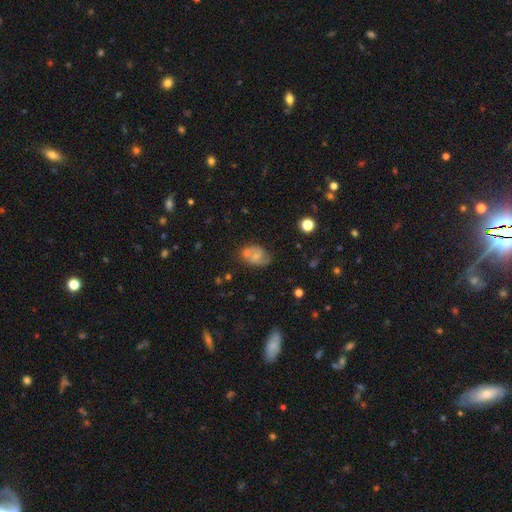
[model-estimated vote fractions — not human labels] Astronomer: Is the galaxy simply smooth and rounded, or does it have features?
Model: featured or disk — 46% (runner-up: smooth, 43%).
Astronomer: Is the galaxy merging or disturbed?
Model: none — 44% (runner-up: merger, 30%).